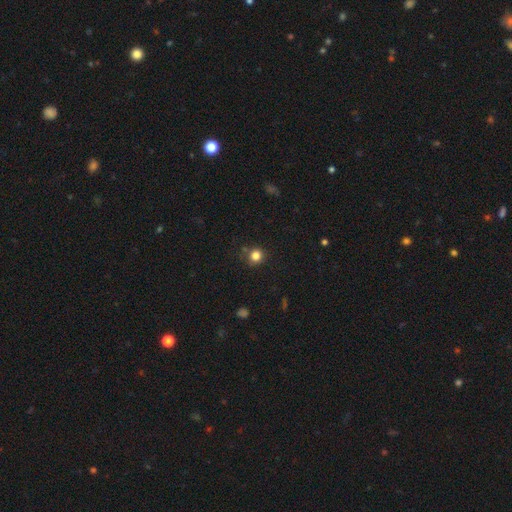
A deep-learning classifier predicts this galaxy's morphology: This appears to be a smooth galaxy with no disk features (82%) that is round (89%). Merging: none (80%).